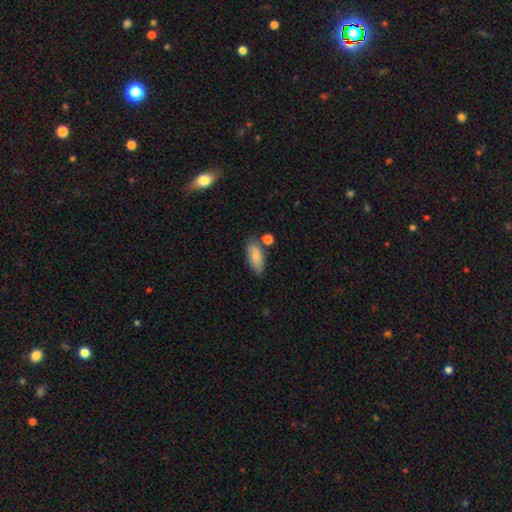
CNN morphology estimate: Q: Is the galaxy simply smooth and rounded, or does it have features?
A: smooth — 84%.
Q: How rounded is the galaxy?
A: in between — 84%.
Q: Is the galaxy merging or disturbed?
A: none — 67%.